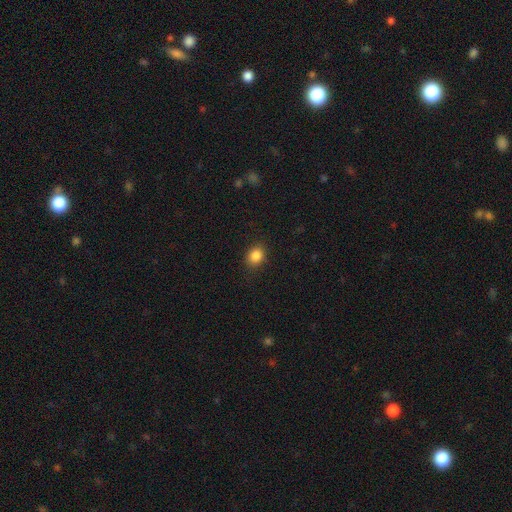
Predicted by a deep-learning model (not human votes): Q: Smooth or featured?
A: smooth (86%); runner-up: star or artifact (10%)
Q: How rounded?
A: round (54%); runner-up: in between (45%)
Q: Merging?
A: none (87%); runner-up: minor disturbance (9%)